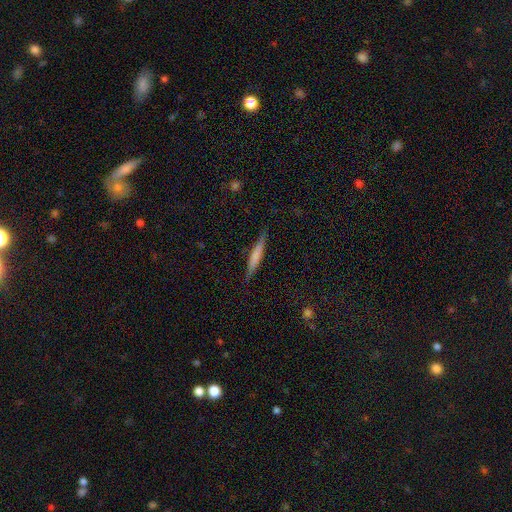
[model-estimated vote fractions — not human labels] Morphology: type=smooth (53%); roundness=cigar-shaped (93%); merging=none (87%).